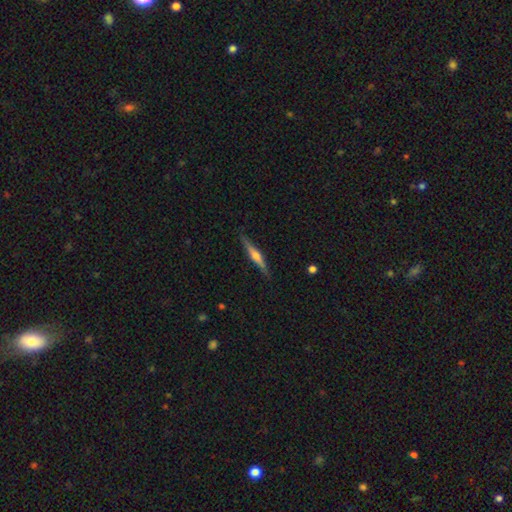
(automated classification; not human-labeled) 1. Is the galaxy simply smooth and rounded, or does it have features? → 67% featured or disk, 27% smooth, 6% star or artifact.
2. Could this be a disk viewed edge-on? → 98% yes, 2% no.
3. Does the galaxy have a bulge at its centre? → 77% rounded, 15% boxy, 8% none.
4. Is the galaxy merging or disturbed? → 88% none, 9% minor disturbance, 2% major disturbance, 1% merger.